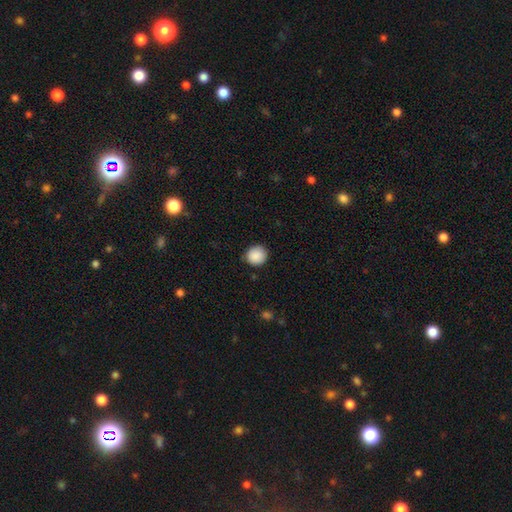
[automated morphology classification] Smooth or featured: smooth — 89% (star or artifact — 8%)
How rounded: round — 89% (in between — 10%)
Merging: none — 86% (minor disturbance — 11%)